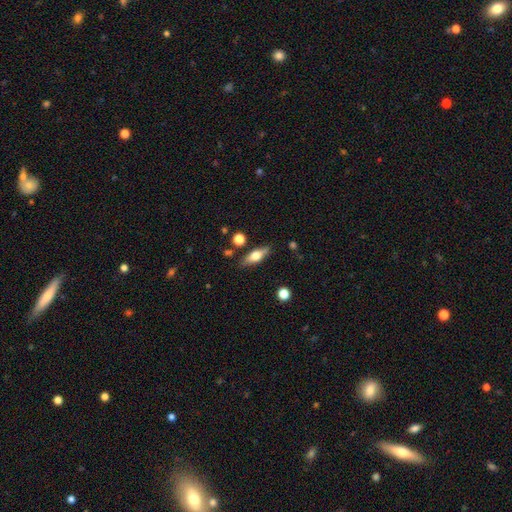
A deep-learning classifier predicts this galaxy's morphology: smooth 51%, featured or disk 42%, star or artifact 7%. Down the decision tree: how rounded — in between (60%); merging — none (80%).